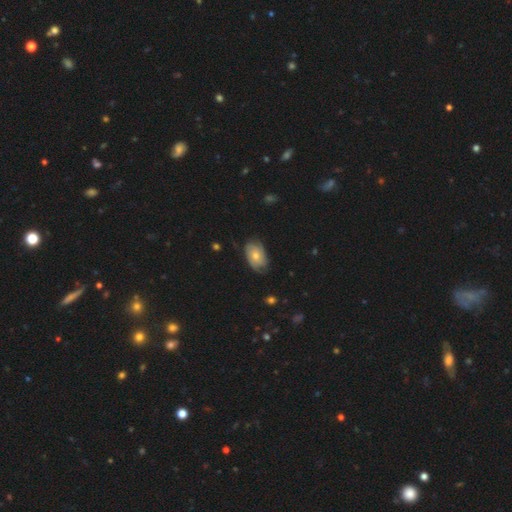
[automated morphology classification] smooth_or_featured: featured or disk (p=0.51) [alt: smooth p=0.42]
disk_edge_on: no (p=0.95) [alt: yes p=0.05]
merging: none (p=0.66) [alt: minor disturbance p=0.26]